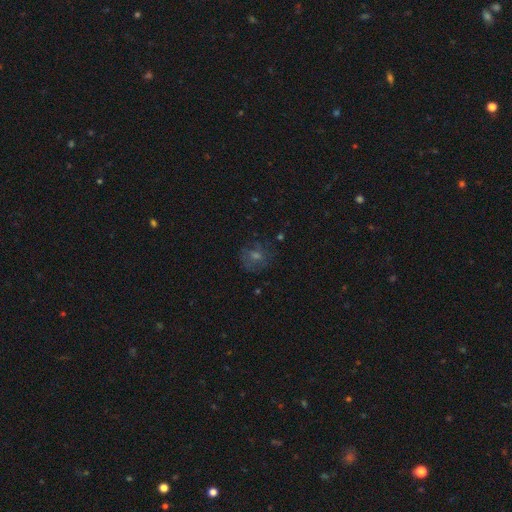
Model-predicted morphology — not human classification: Smooth or featured? Predicted: smooth (p=0.41). Merging? Predicted: none (p=0.74).